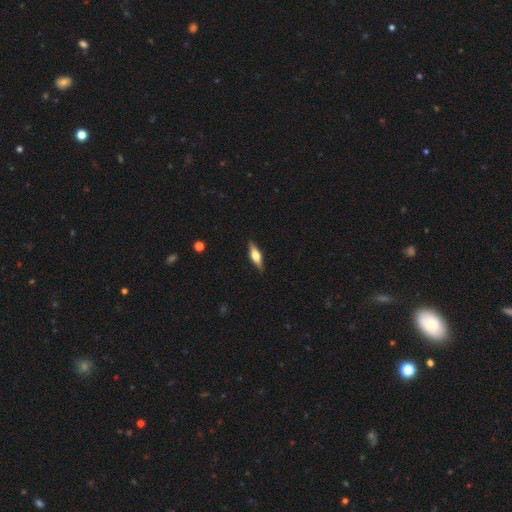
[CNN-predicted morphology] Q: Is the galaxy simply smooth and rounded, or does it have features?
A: featured or disk — 57%.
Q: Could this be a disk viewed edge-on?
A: yes — 94%.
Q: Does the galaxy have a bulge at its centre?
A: rounded — 91%.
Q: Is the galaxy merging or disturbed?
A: none — 88%.